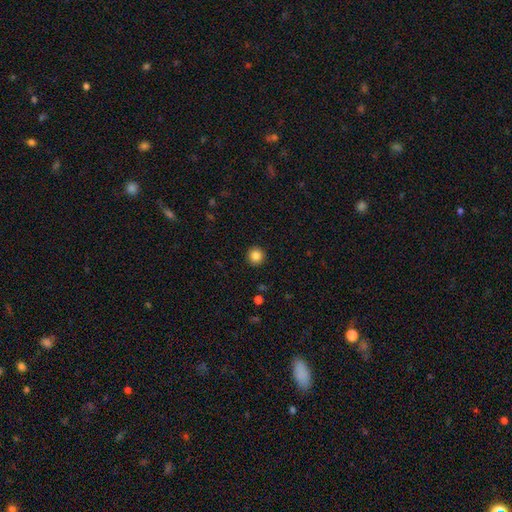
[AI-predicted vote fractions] A smooth galaxy with no disk features (85%) that is round (95%).

Vote fractions:
- Smooth or featured? smooth: 85% / star or artifact: 10% / featured or disk: 5%
- How rounded? round: 95% / in between: 4% / cigar-shaped: 1%
- Merging? none: 93% / minor disturbance: 5% / major disturbance: 2% / merger: 1%